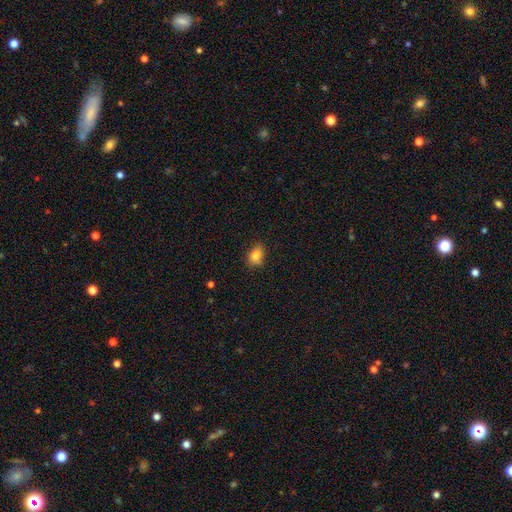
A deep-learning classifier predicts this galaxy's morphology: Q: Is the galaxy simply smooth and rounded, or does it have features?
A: smooth — 82%.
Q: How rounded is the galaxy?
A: in between — 72%.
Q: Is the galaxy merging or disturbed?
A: none — 80%.